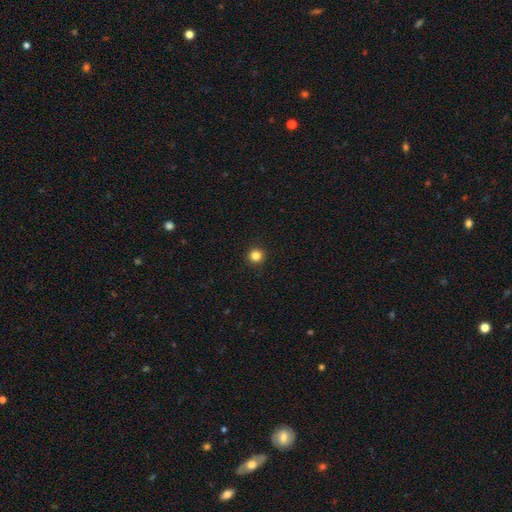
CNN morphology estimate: smooth 83%, star or artifact 13%, featured or disk 4%. Down the decision tree: how rounded — round (95%); merging — none (94%).